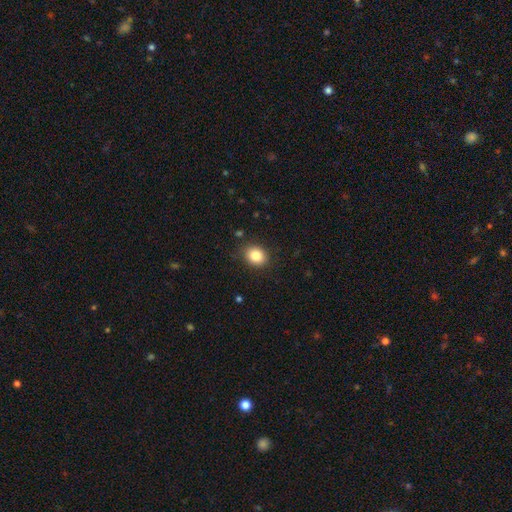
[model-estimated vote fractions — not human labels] Smooth or featured? Predicted: smooth (p=0.84). How rounded? Predicted: round (p=0.52). Merging? Predicted: none (p=0.87).